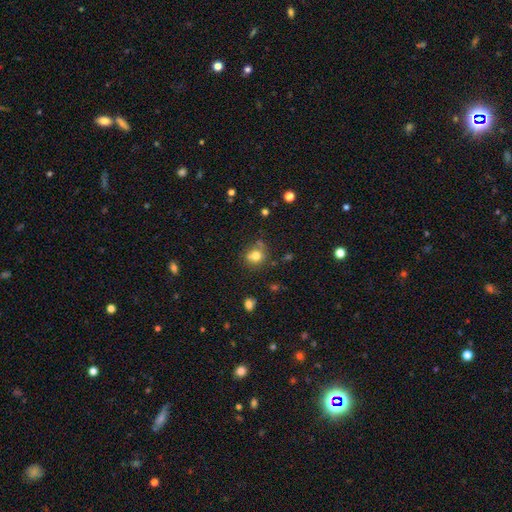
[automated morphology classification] A smooth galaxy with no disk features (75%) that is round (77%).

Vote fractions:
- Smooth or featured? smooth: 75% / star or artifact: 13% / featured or disk: 12%
- How rounded? round: 77% / in between: 22% / cigar-shaped: 1%
- Merging? none: 63% / minor disturbance: 17% / merger: 15% / major disturbance: 5%